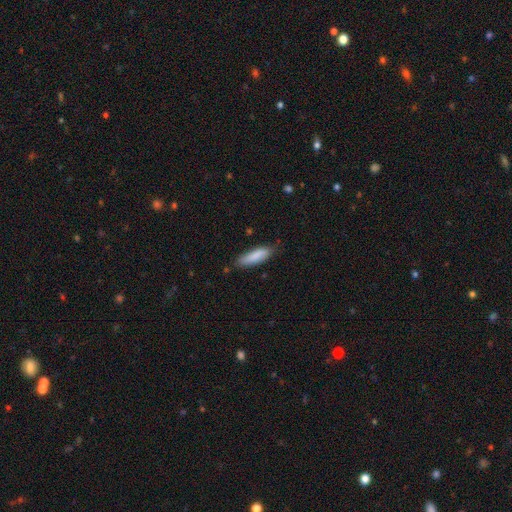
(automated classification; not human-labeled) Smooth or featured: smooth — 85% (featured or disk — 9%)
How rounded: cigar-shaped — 58% (in between — 40%)
Merging: none — 76% (minor disturbance — 19%)